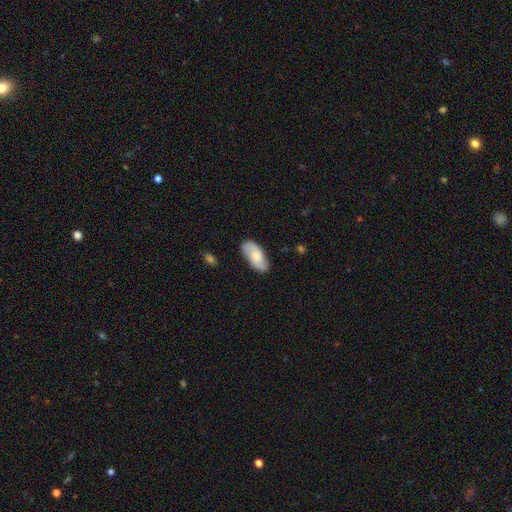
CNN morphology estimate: Overall: smooth (50%; featured or disk 44%). Merging: none (81%).